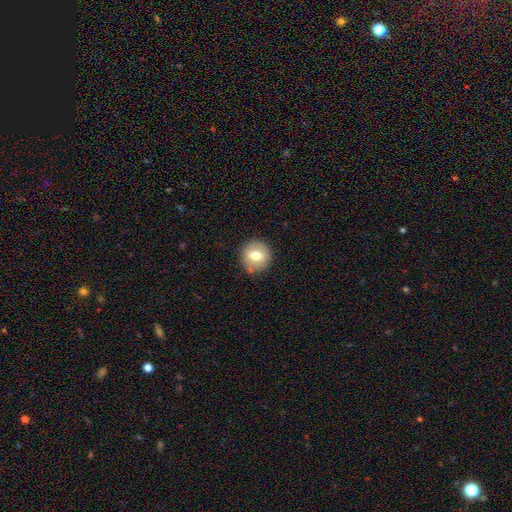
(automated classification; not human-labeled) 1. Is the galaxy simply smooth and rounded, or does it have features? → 68% smooth, 24% featured or disk, 9% star or artifact.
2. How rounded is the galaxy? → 88% round, 11% in between, 1% cigar-shaped.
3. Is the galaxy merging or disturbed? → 86% none, 10% minor disturbance, 3% major disturbance, 2% merger.